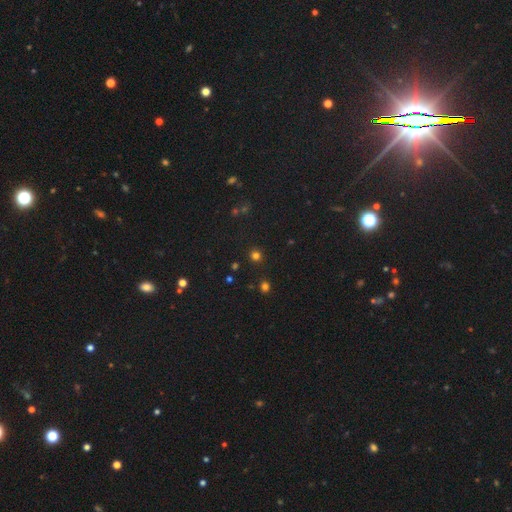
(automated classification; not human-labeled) The model was most divided on "smooth or featured": smooth: 73%, star or artifact: 22%, featured or disk: 5%. More confident: how rounded — round (92%); merging — none (89%).